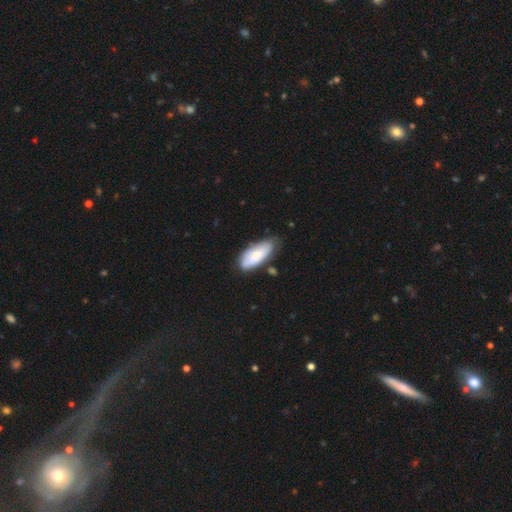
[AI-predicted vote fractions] Smooth or featured? smooth (76%)
How rounded? in between (81%)
Merging? none (61%)